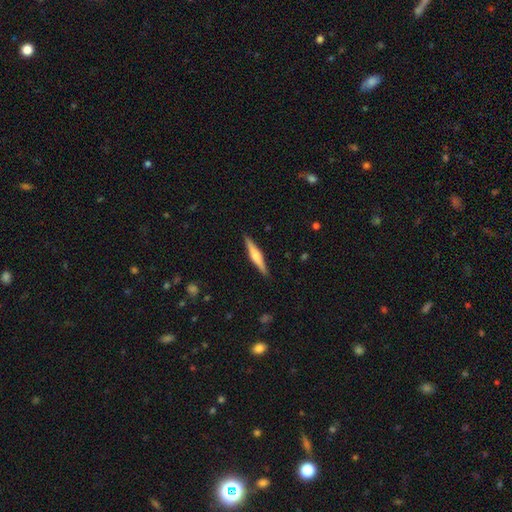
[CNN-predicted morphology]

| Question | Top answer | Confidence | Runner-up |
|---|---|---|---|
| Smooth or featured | featured or disk | 62% | smooth (32%) |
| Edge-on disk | yes | 98% | no (2%) |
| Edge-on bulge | rounded | 84% | boxy (10%) |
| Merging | none | 91% | minor disturbance (7%) |